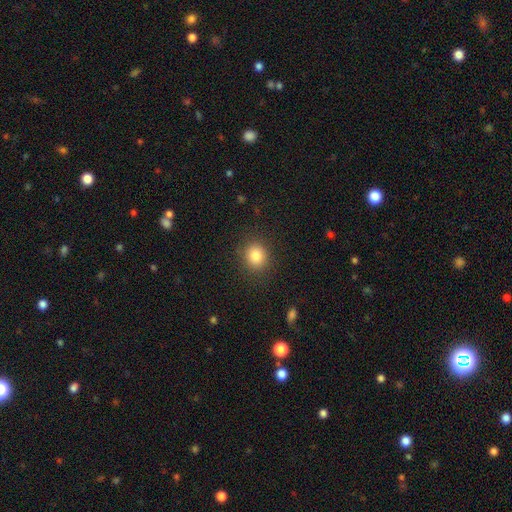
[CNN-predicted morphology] Smooth or featured: smooth — 83% (star or artifact — 11%)
How rounded: round — 80% (in between — 19%)
Merging: none — 89% (minor disturbance — 7%)